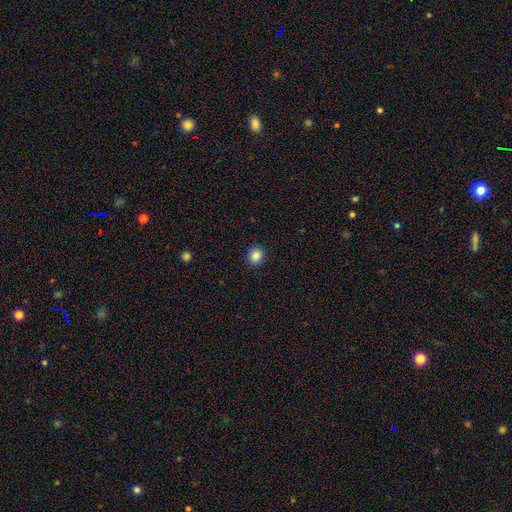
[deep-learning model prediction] This appears to be a smooth galaxy with no disk features (86%) that is round (88%). Merging: none (91%).